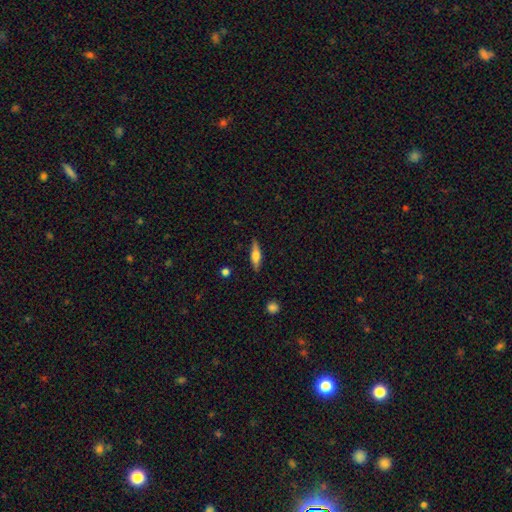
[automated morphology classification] Smooth or featured?
  - smooth: 49% *
  - featured or disk: 45%
  - star or artifact: 7%
Merging?
  - none: 86% *
  - minor disturbance: 11%
  - major disturbance: 2%
  - merger: 1%